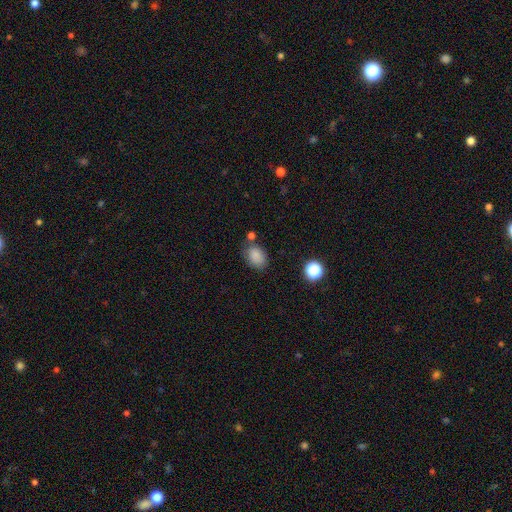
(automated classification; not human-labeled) The model was most divided on "how rounded": in between: 70%, round: 29%, cigar-shaped: 1%. More confident: smooth or featured — smooth (84%); merging — none (69%).